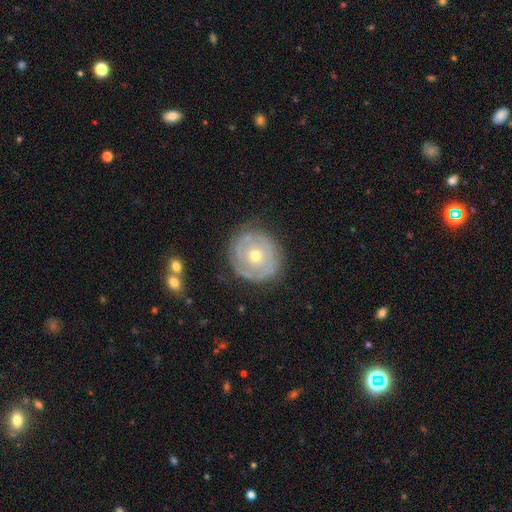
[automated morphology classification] Q: Smooth or featured?
A: featured or disk (73%); runner-up: smooth (21%)
Q: Edge-on disk?
A: no (97%); runner-up: yes (3%)
Q: Bar?
A: no (84%); runner-up: weak (13%)
Q: Spiral arms?
A: yes (75%); runner-up: no (25%)
Q: Spiral winding?
A: tight (75%); runner-up: medium (18%)
Q: Spiral arm count?
A: can't tell (41%); runner-up: 2 (28%)
Q: Bulge size?
A: moderate (54%); runner-up: small (42%)
Q: Merging?
A: none (78%); runner-up: minor disturbance (15%)